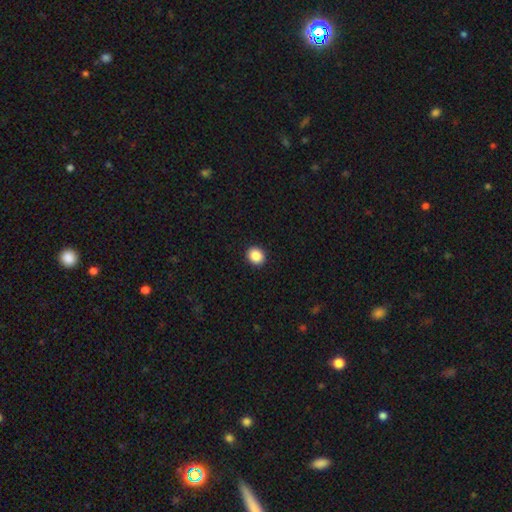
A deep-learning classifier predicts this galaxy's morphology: Smooth or featured? smooth (88%)
How rounded? round (74%)
Merging? none (92%)